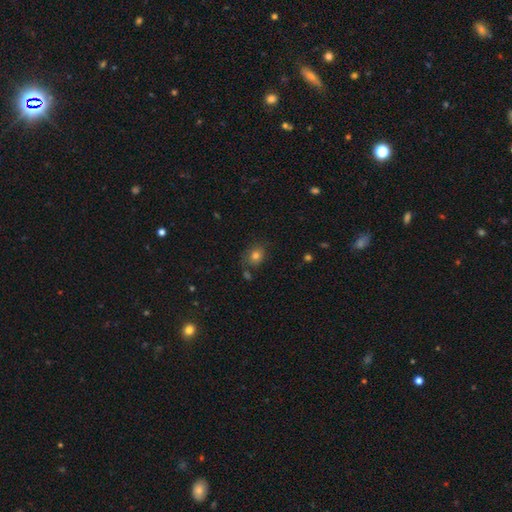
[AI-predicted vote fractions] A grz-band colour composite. It shows a smooth galaxy with no disk features (79%) that is round (55%). Merging: none (75%).